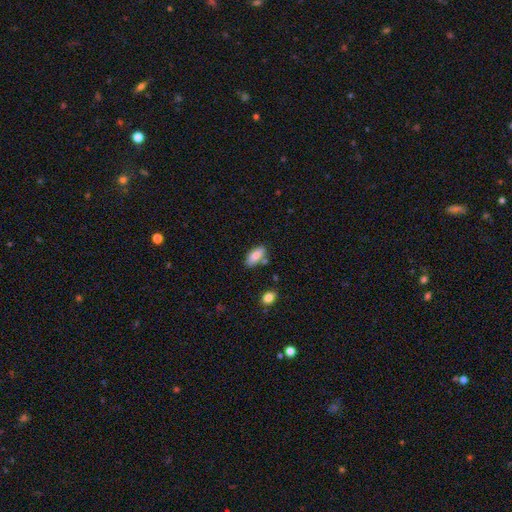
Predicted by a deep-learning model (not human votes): smooth_or_featured: smooth (p=0.85) [alt: featured or disk p=0.08]
how_rounded: in between (p=0.87) [alt: cigar-shaped p=0.11]
merging: none (p=0.72) [alt: minor disturbance p=0.16]